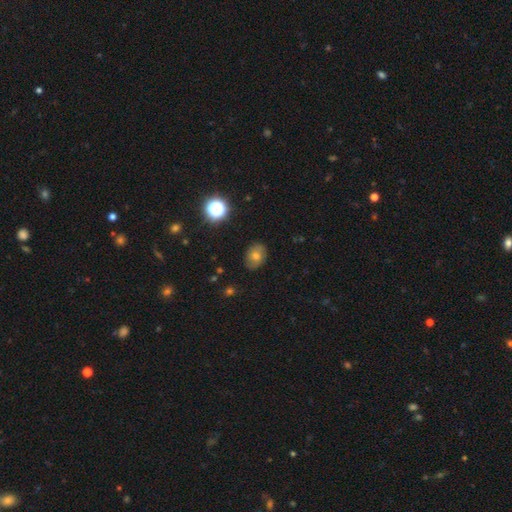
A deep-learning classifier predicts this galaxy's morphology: This appears to be a smooth galaxy with no disk features (59%) that is in between round and cigar-shaped (62%). Merging: none (82%).